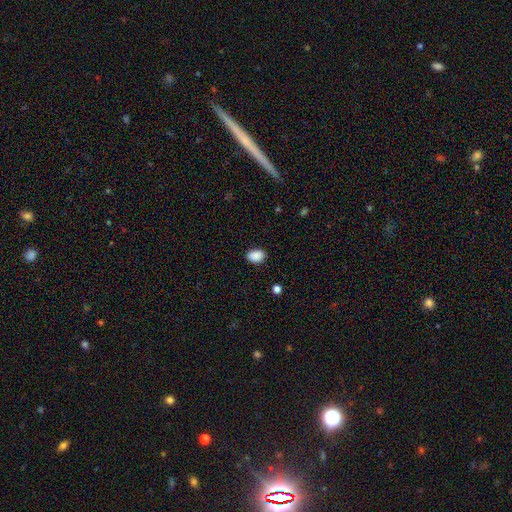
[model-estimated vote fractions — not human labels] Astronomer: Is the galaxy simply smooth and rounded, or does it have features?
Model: smooth — 89%.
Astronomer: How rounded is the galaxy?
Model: in between — 83%.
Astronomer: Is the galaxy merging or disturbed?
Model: none — 86%.